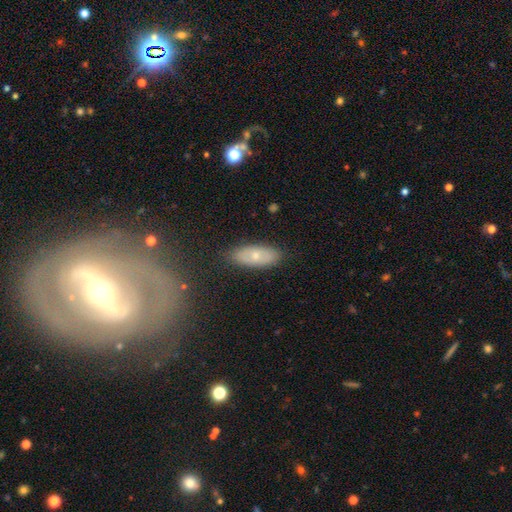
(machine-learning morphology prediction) smooth-or-featured: smooth: 61% | featured or disk: 32% | star or artifact: 8%
  how-rounded: in between: 79% | cigar-shaped: 18% | round: 3%
  merging: none: 84% | minor disturbance: 12% | major disturbance: 3% | merger: 1%